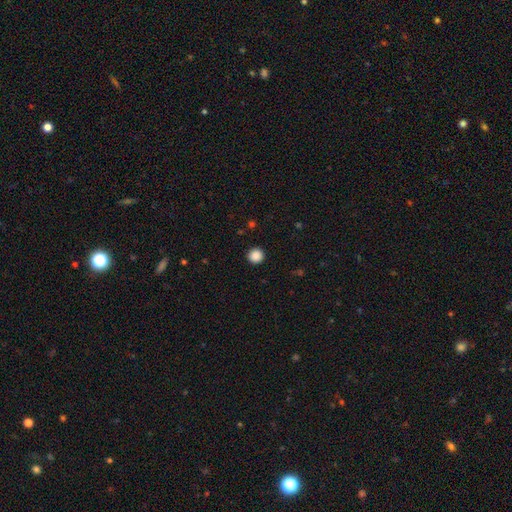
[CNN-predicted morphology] Smooth or featured? Predicted: smooth (p=0.88). How rounded? Predicted: round (p=0.95). Merging? Predicted: none (p=0.93).